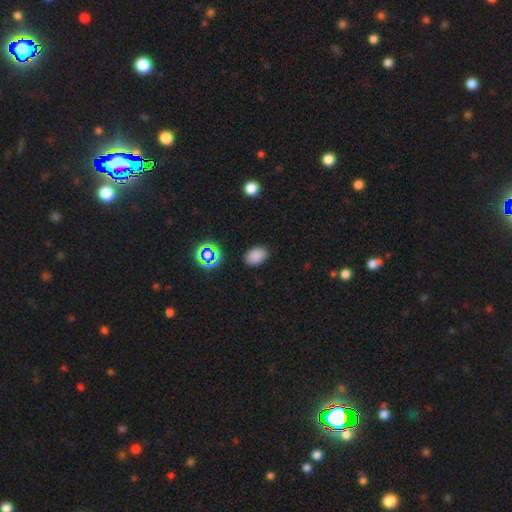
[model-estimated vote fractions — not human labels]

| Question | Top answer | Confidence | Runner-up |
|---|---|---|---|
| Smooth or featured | smooth | 81% | star or artifact (15%) |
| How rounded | in between | 83% | round (16%) |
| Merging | none | 86% | minor disturbance (10%) |